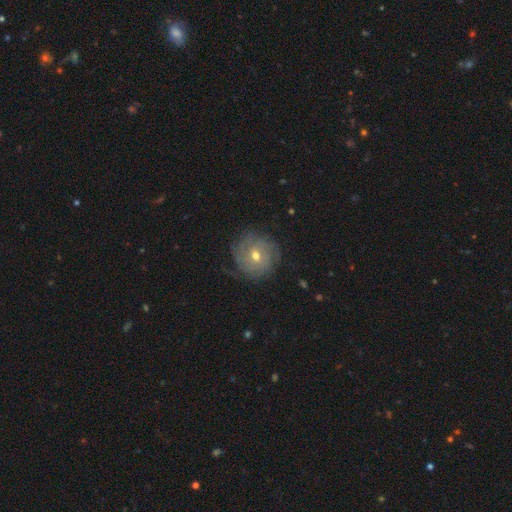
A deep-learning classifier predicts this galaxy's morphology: This appears to be a featured or disk galaxy (66%) with no bar (68%), tight (68%) spiral arms (83%) and a moderate central bulge (63%). Merging: none (77%).